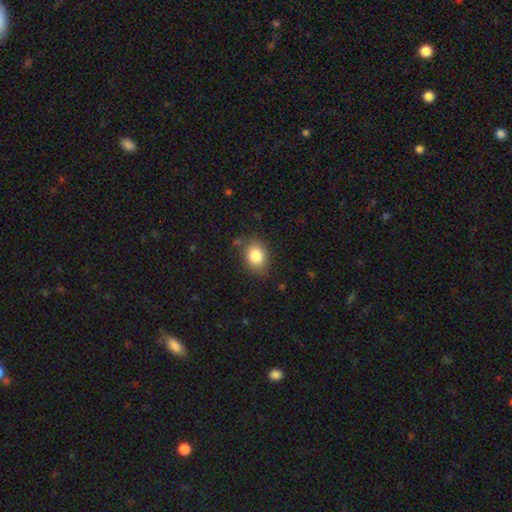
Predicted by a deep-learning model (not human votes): Morphology: type=smooth (84%); roundness=in between (64%); merging=none (80%).